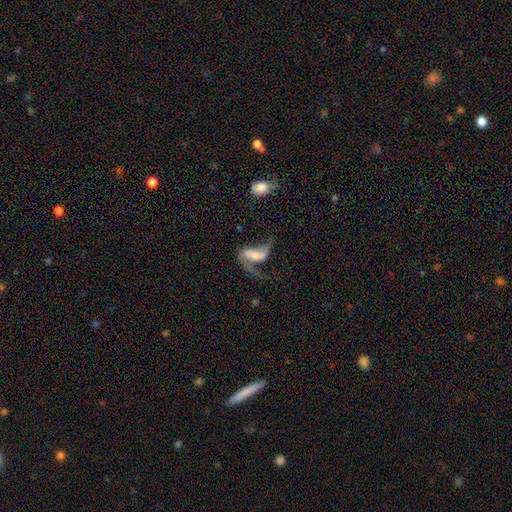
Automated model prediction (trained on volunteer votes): Overall: featured or disk (72%). Edge-on disk: no (94%). Bar: weak (35%, tied with no). Spiral arms: yes (85%). Spiral arm count: 2 (77%). Spiral winding: loose (78%). Bulge size: small (43%; moderate 33%). Merging: major disturbance (40%; none 34%).